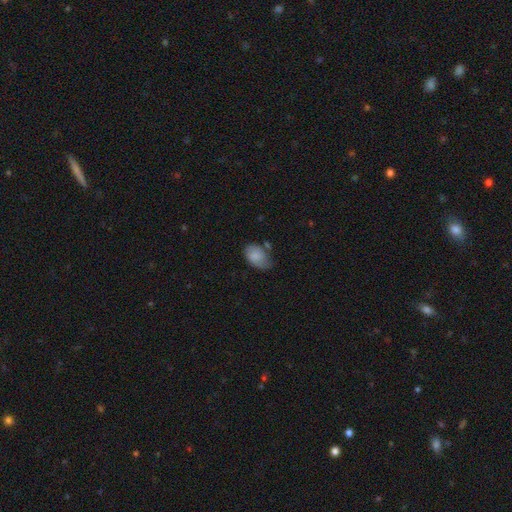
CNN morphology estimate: Smooth or featured? Predicted: smooth (p=0.74). How rounded? Predicted: in between (p=0.87). Merging? Predicted: none (p=0.46).